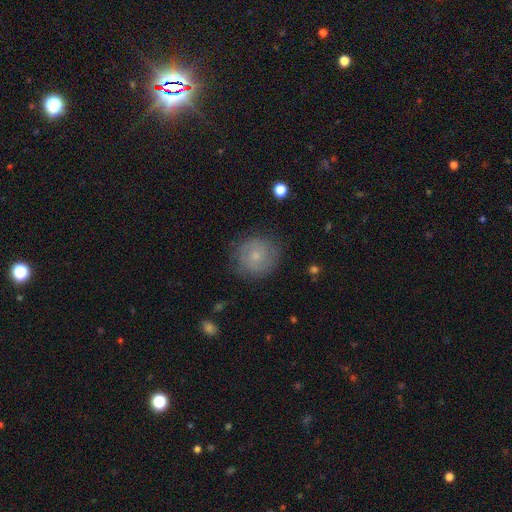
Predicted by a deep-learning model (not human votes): Q: Smooth or featured?
A: smooth (56%); runner-up: featured or disk (34%)
Q: How rounded?
A: round (88%); runner-up: in between (11%)
Q: Merging?
A: none (79%); runner-up: minor disturbance (15%)